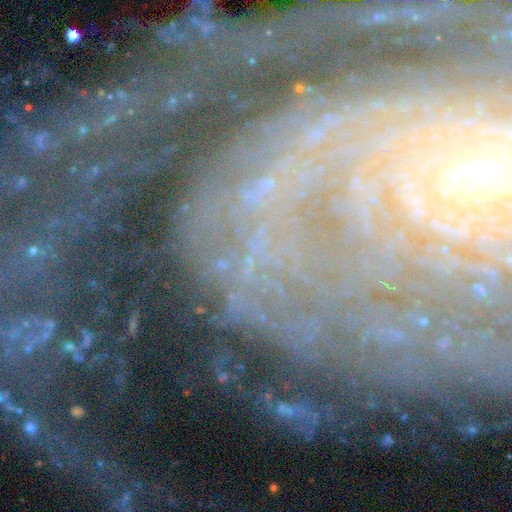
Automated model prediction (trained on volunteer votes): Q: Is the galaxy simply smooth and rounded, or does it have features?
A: featured or disk — 48%.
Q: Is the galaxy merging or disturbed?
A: none — 64%.